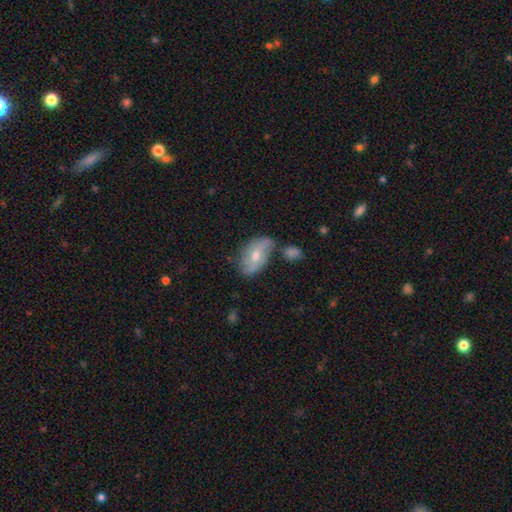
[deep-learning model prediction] This appears to be a featured or disk galaxy (48%). Merging: none (59%).